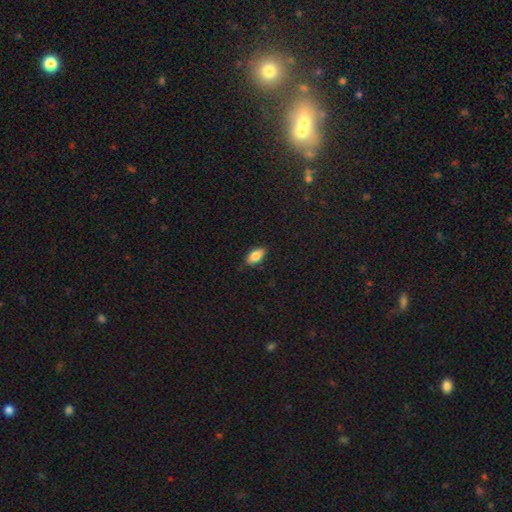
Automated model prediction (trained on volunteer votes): Smooth or featured? Predicted: smooth (p=0.81). How rounded? Predicted: in between (p=0.89). Merging? Predicted: none (p=0.86).